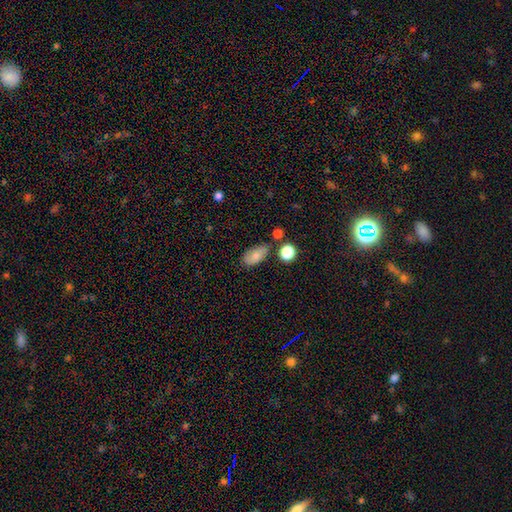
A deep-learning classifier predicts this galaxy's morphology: smooth_or_featured: smooth (p=0.77) [alt: featured or disk p=0.14]
how_rounded: in between (p=0.90) [alt: round p=0.06]
merging: none (p=0.67) [alt: minor disturbance p=0.21]